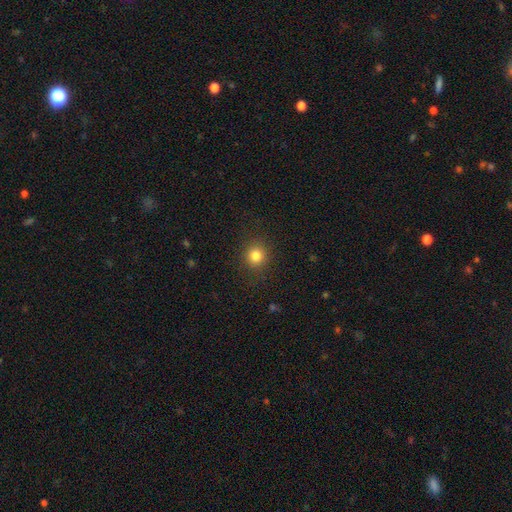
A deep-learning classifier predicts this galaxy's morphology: A smooth galaxy with no disk features (82%) that is round (88%).

Vote fractions:
- Smooth or featured? smooth: 82% / star or artifact: 13% / featured or disk: 6%
- How rounded? round: 88% / in between: 11% / cigar-shaped: 1%
- Merging? none: 89% / minor disturbance: 7% / major disturbance: 3% / merger: 1%